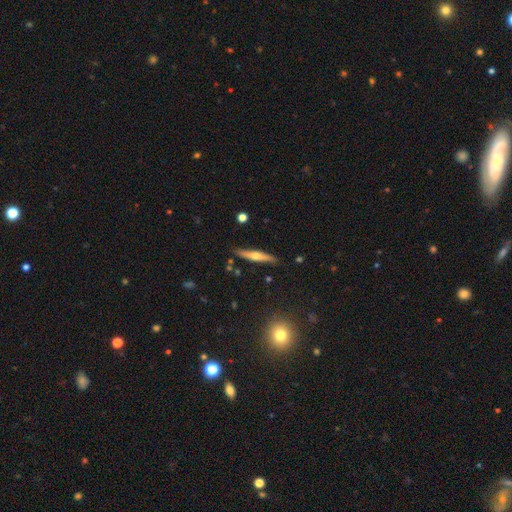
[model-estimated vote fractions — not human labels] smooth-or-featured: featured or disk: 59% | smooth: 34% | star or artifact: 7%
  disk-edge-on: yes: 95% | no: 5%
    edge-on-bulge: rounded: 90% | none: 6% | boxy: 4%
  merging: none: 87% | minor disturbance: 9% | merger: 2% | major disturbance: 2%